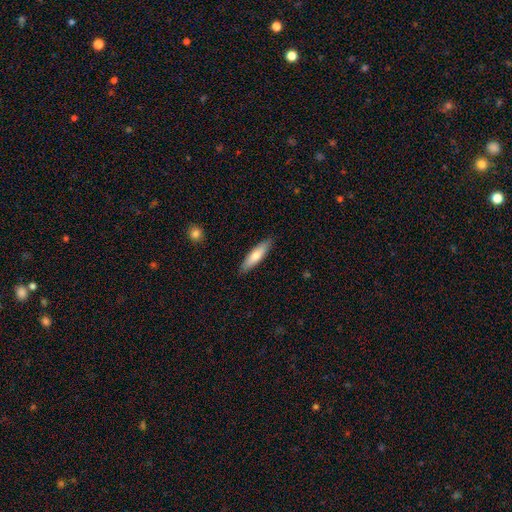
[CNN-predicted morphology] Smooth or featured?
  - smooth: 72% *
  - featured or disk: 22%
  - star or artifact: 5%
How rounded?
  - cigar-shaped: 71% *
  - in between: 28%
  - round: 1%
Merging?
  - none: 88% *
  - minor disturbance: 9%
  - major disturbance: 2%
  - merger: 1%